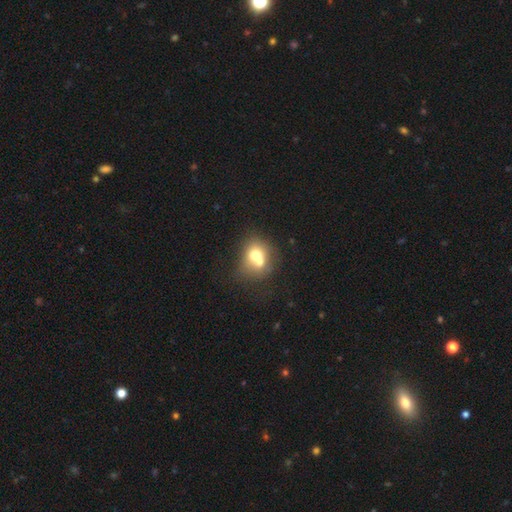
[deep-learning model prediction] This is likely a smooth galaxy (65%). How rounded: likely round (69%). Merging: possibly merger (58%).